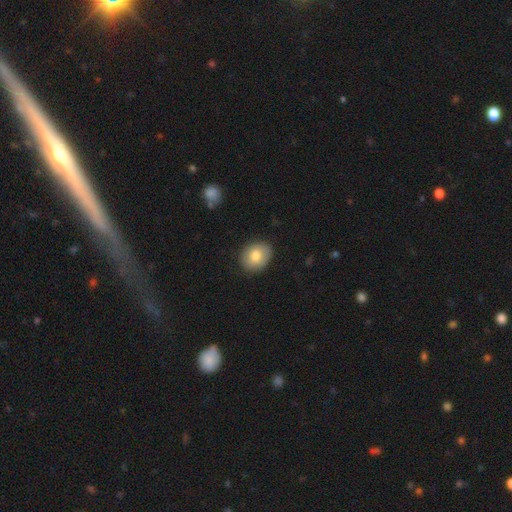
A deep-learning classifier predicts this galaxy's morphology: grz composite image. It shows a smooth galaxy with no disk features (79%) that is in between round and cigar-shaped (50%). Merging: none (85%).